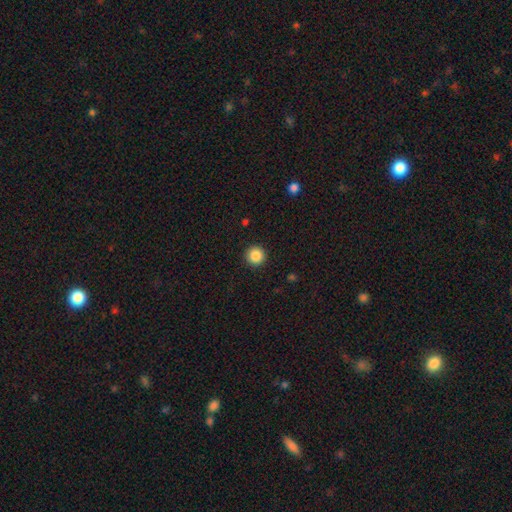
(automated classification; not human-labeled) Smooth or featured?
  - smooth: 87% *
  - star or artifact: 9%
  - featured or disk: 3%
How rounded?
  - round: 96% *
  - in between: 3%
  - cigar-shaped: 1%
Merging?
  - none: 93% *
  - minor disturbance: 5%
  - major disturbance: 2%
  - merger: 1%